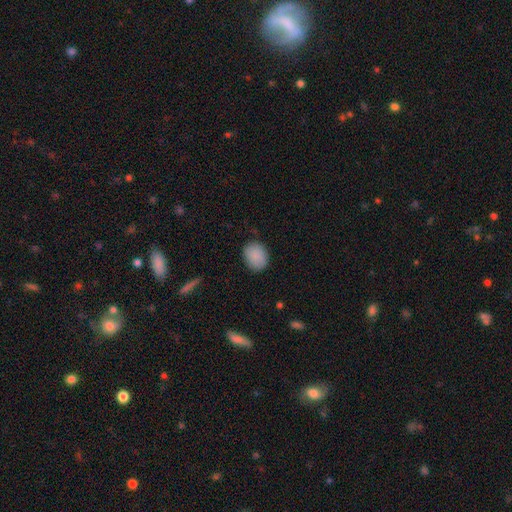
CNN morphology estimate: Overall: smooth (89%). How rounded: in between (53%; round 46%). Merging: none (84%).